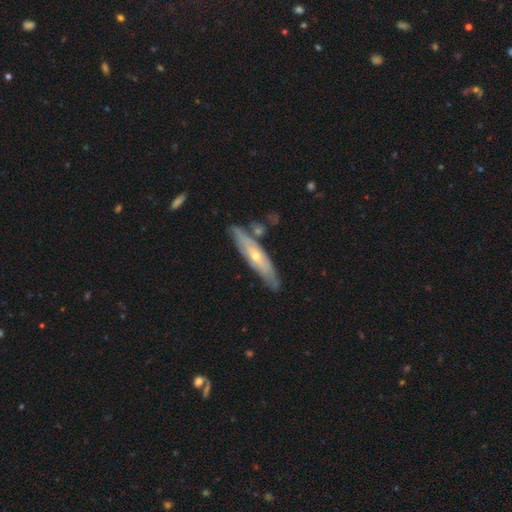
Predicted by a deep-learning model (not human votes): Smooth or featured: featured or disk — 64% (smooth — 30%)
Edge-on disk: yes — 59% (no — 41%)
Merging: none — 76% (minor disturbance — 15%)